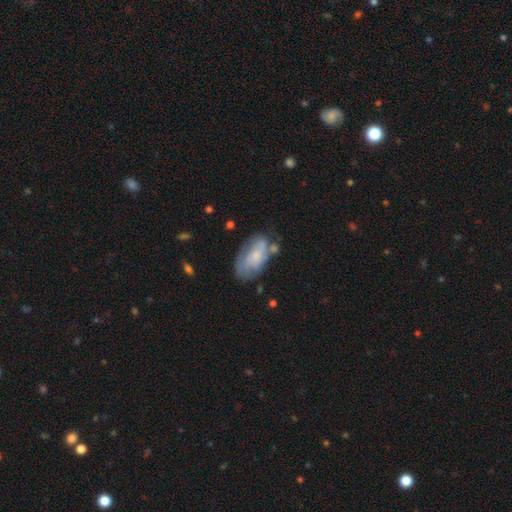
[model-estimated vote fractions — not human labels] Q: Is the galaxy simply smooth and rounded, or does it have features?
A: smooth — 53%.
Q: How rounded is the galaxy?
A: in between — 92%.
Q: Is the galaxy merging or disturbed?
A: none — 46%.